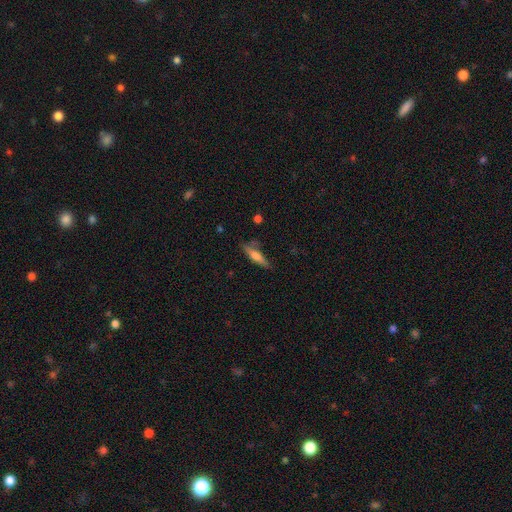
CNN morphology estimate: smooth 57%, featured or disk 36%, star or artifact 7%. Down the decision tree: how rounded — cigar-shaped (72%); merging — none (61%).